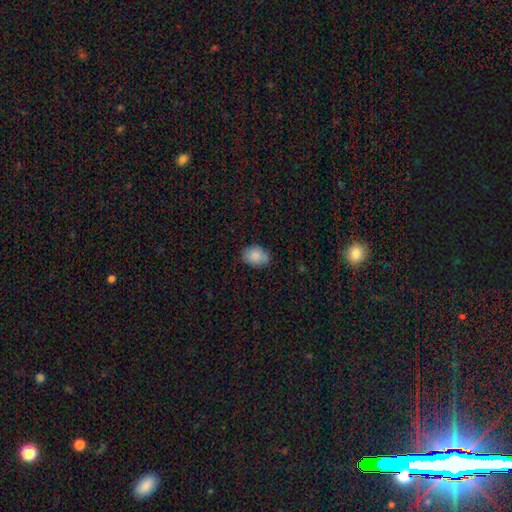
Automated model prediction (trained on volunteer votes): A smooth galaxy with no disk features (86%) that is in between round and cigar-shaped (73%).

Vote fractions:
- Smooth or featured? smooth: 86% / star or artifact: 7% / featured or disk: 7%
- How rounded? in between: 73% / round: 26% / cigar-shaped: 1%
- Merging? none: 73% / minor disturbance: 22% / major disturbance: 4% / merger: 1%